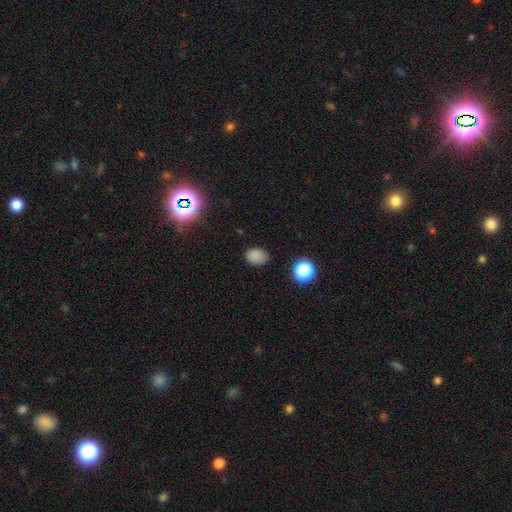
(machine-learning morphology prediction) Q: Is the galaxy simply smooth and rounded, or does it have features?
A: smooth — 80%.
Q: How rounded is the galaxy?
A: in between — 69%.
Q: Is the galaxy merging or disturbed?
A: none — 80%.